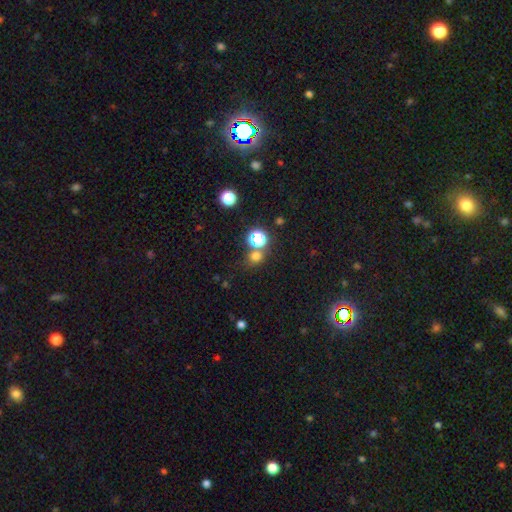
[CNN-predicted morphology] Smooth or featured? smooth (64%)
How rounded? round (83%)
Merging? none (69%)